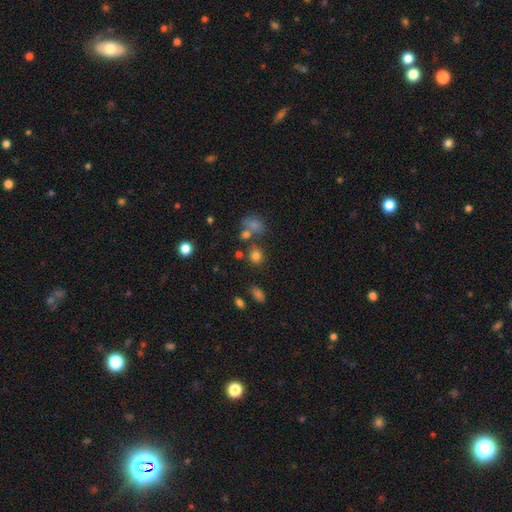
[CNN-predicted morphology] This appears to be a smooth galaxy with no disk features (77%) that is round (75%). Merging: none (69%).